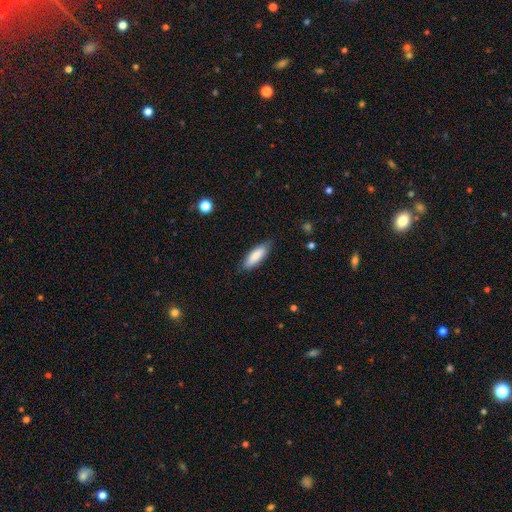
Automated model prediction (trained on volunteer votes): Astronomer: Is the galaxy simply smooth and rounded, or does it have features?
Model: smooth — 84%.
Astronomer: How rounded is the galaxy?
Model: in between — 53% (runner-up: cigar-shaped, 46%).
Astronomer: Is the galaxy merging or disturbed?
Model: none — 83%.